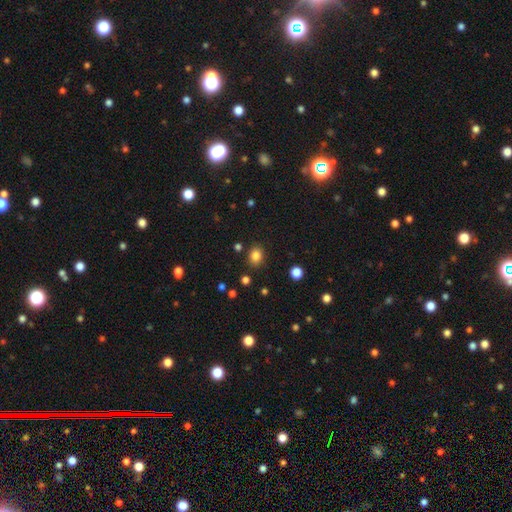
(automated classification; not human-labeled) A smooth galaxy with no disk features (83%) that is round (59%). Merging: none (86%).